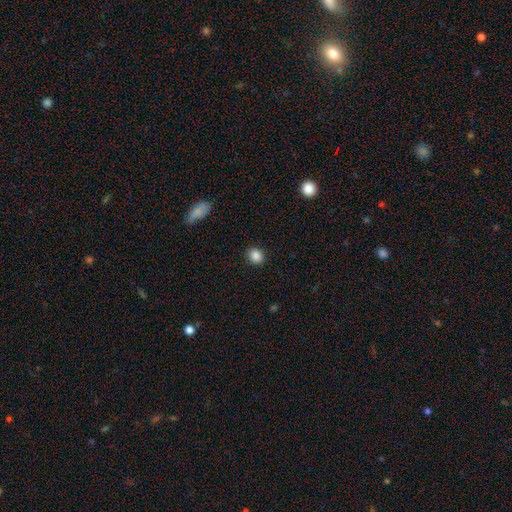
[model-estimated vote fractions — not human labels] Smooth or featured? smooth (86%)
How rounded? round (70%)
Merging? none (90%)